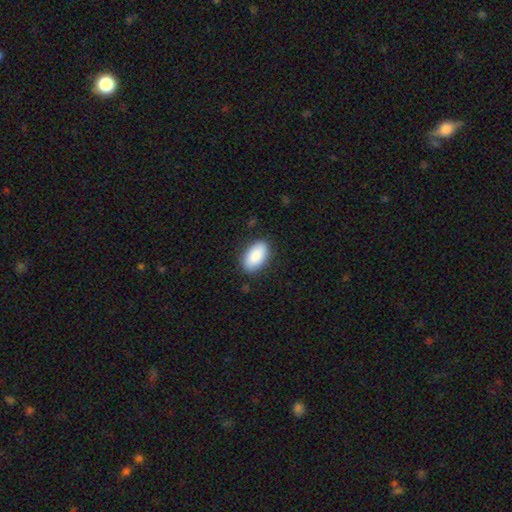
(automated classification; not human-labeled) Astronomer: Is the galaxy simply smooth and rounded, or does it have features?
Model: smooth — 89%.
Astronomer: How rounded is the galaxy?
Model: in between — 94%.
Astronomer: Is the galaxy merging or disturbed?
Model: none — 86%.